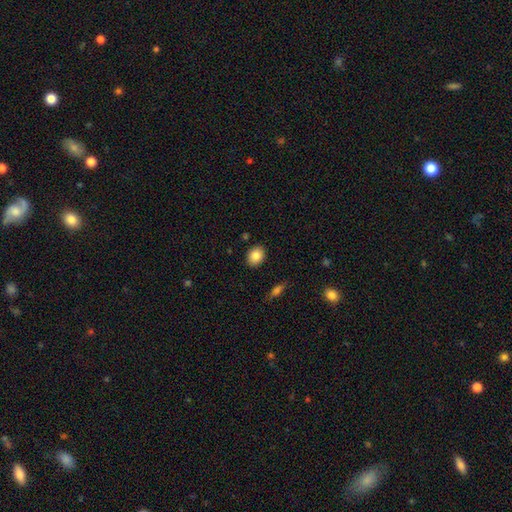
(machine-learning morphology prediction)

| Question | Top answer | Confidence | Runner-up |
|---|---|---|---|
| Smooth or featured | smooth | 85% | star or artifact (8%) |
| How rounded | in between | 56% | round (43%) |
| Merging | none | 88% | minor disturbance (8%) |